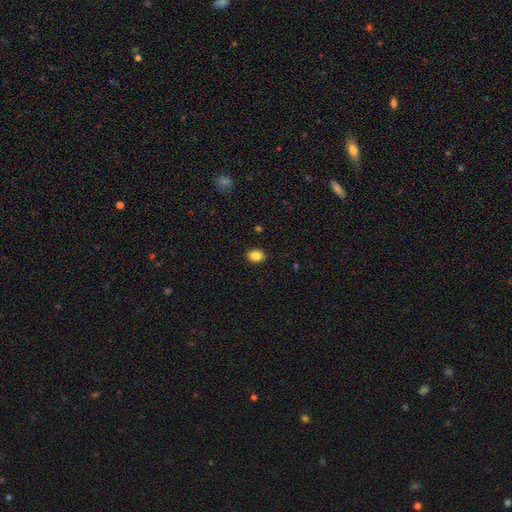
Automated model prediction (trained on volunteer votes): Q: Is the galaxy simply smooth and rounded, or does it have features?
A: smooth — 86%.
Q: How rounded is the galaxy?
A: in between — 65%.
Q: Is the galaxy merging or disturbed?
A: none — 89%.